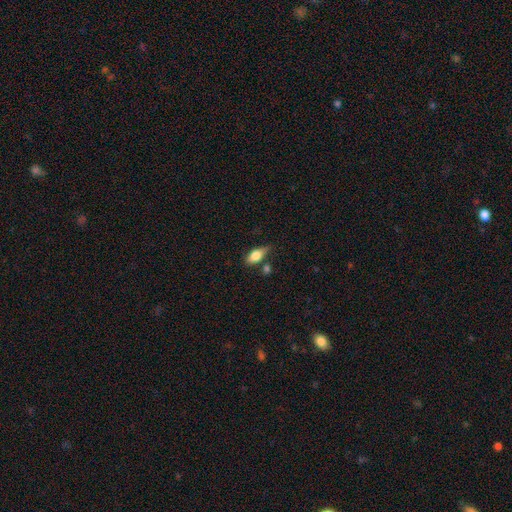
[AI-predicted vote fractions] Q: Smooth or featured?
A: smooth (75%); runner-up: featured or disk (17%)
Q: How rounded?
A: in between (84%); runner-up: cigar-shaped (10%)
Q: Merging?
A: none (57%); runner-up: minor disturbance (26%)